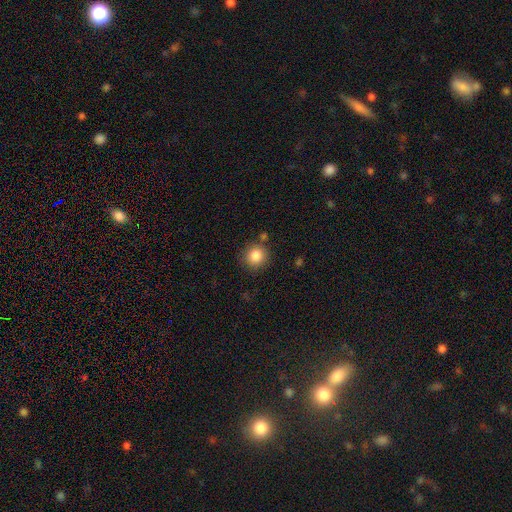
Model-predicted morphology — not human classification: Overall: smooth (85%). How rounded: round (91%). Merging: none (83%).